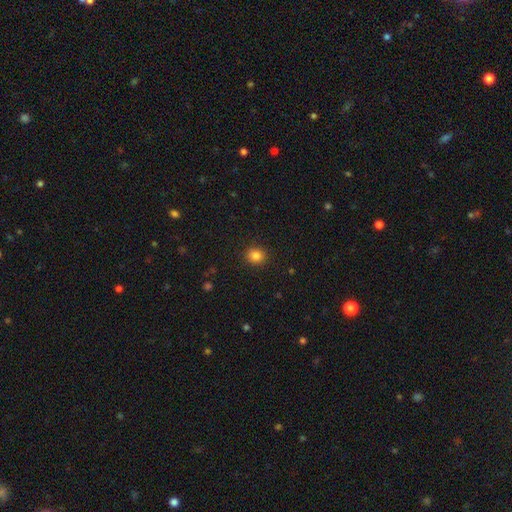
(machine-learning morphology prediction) Q: Smooth or featured?
A: smooth (84%); runner-up: star or artifact (11%)
Q: How rounded?
A: round (80%); runner-up: in between (20%)
Q: Merging?
A: none (90%); runner-up: minor disturbance (6%)